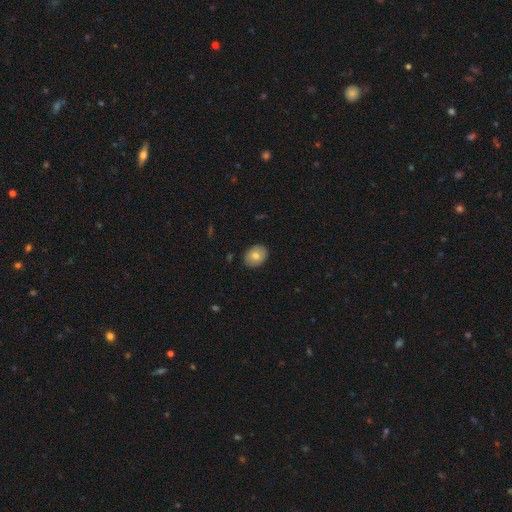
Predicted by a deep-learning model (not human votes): This is likely a smooth galaxy (76%). How rounded: likely in between (64%). Merging: clearly none (86%).